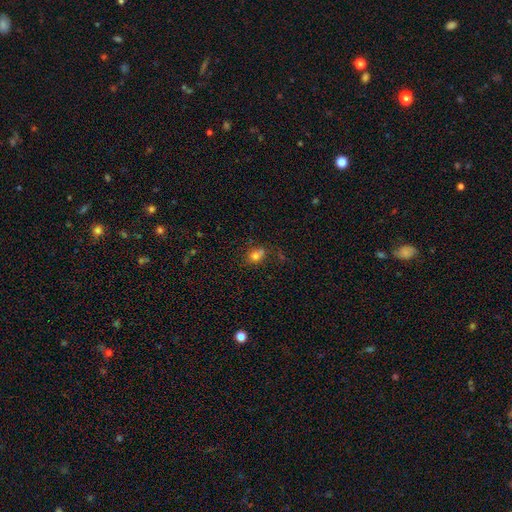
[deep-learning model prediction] Smooth or featured? smooth (76%)
How rounded? round (50%)
Merging? none (54%)